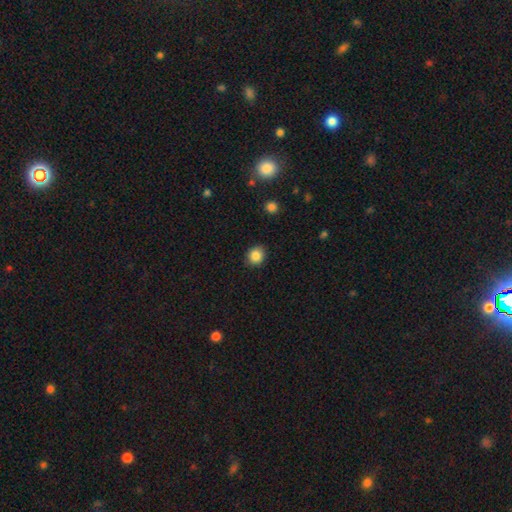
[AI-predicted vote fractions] smooth 86%, star or artifact 10%, featured or disk 4%. Down the decision tree: how rounded — round (76%); merging — none (89%).